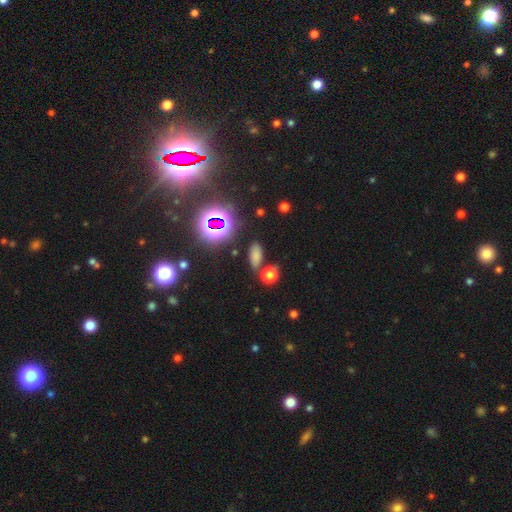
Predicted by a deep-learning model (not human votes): This appears to be a smooth galaxy with no disk features (65%) that is in between round and cigar-shaped (83%). Merging: none (75%).